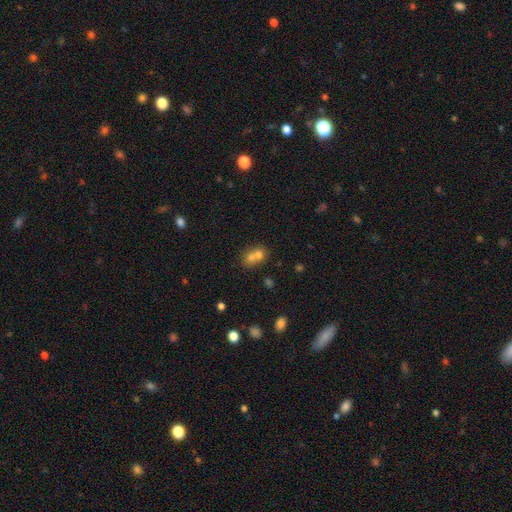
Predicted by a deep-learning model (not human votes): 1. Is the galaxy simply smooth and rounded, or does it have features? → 67% smooth, 18% featured or disk, 14% star or artifact.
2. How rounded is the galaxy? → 67% round, 32% in between, 1% cigar-shaped.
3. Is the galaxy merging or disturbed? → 65% merger, 27% none, 5% minor disturbance, 3% major disturbance.